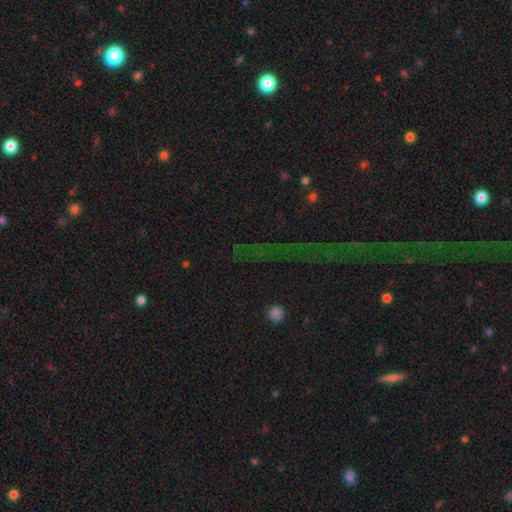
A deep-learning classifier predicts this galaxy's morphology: Overall: star or artifact (77%).